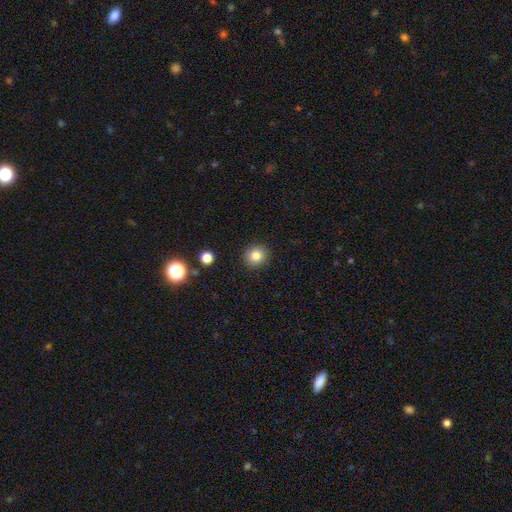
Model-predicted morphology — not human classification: Smooth or featured? smooth (83%)
How rounded? round (85%)
Merging? none (91%)